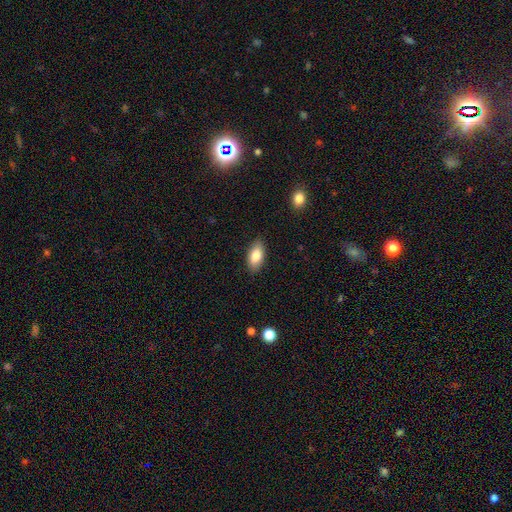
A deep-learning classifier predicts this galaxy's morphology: This is clearly a smooth galaxy (83%). How rounded: clearly in between (90%). Merging: clearly none (87%).